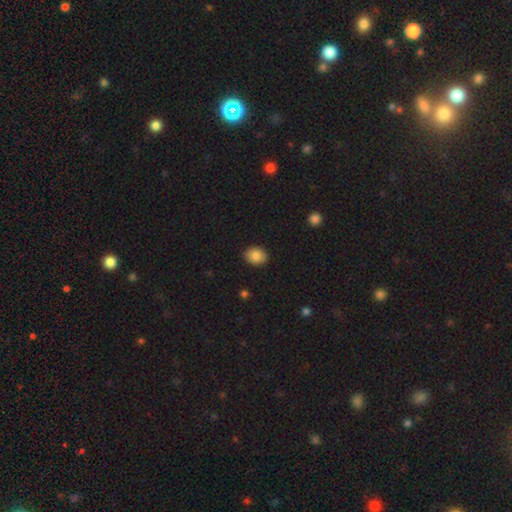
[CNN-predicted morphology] smooth_or_featured: smooth (p=0.87) [alt: star or artifact p=0.08]
how_rounded: in between (p=0.59) [alt: round p=0.40]
merging: none (p=0.90) [alt: minor disturbance p=0.07]